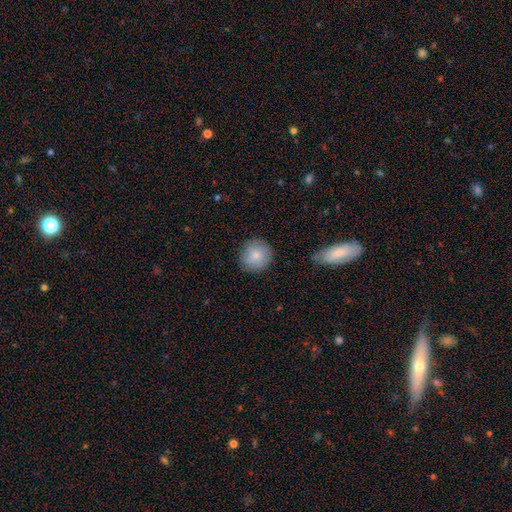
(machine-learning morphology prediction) Smooth or featured: smooth — 82% (featured or disk — 11%)
How rounded: round — 95% (in between — 4%)
Merging: none — 87% (minor disturbance — 9%)